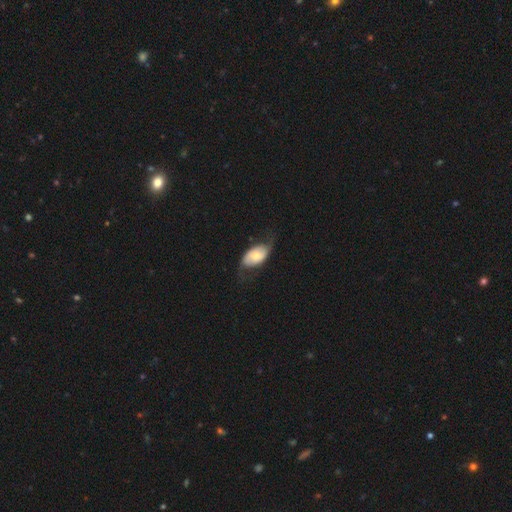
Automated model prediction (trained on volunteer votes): Q: Smooth or featured?
A: featured or disk (55%); runner-up: smooth (39%)
Q: Edge-on disk?
A: no (92%); runner-up: yes (8%)
Q: Bar?
A: no (72%); runner-up: weak (20%)
Q: Spiral arms?
A: yes (71%); runner-up: no (29%)
Q: Bulge size?
A: moderate (62%); runner-up: small (27%)
Q: Merging?
A: none (60%); runner-up: minor disturbance (23%)